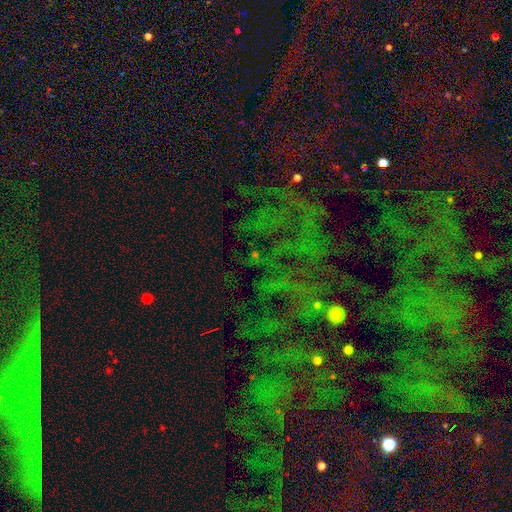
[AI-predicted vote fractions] Overall: star or artifact (66%).